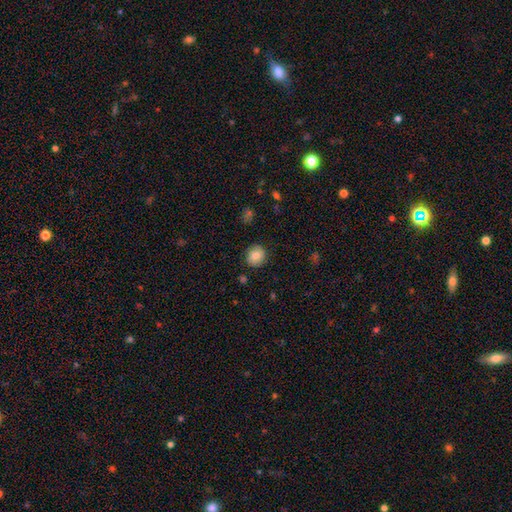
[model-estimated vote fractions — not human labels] smooth 83%, featured or disk 9%, star or artifact 8%. Down the decision tree: how rounded — round (76%); merging — none (87%).